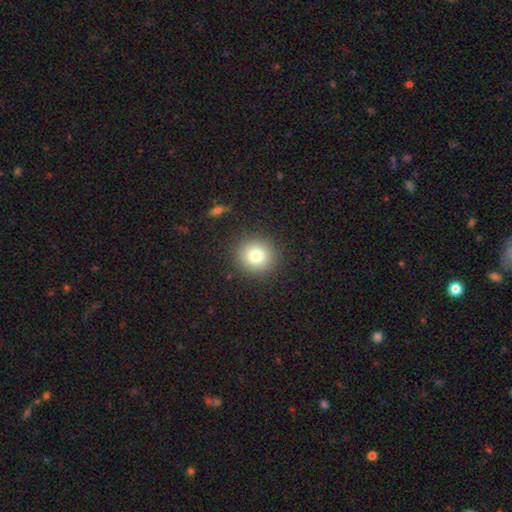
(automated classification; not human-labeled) smooth-or-featured: smooth: 79% | star or artifact: 12% | featured or disk: 10%
  how-rounded: round: 89% | in between: 10% | cigar-shaped: 1%
  merging: none: 89% | minor disturbance: 7% | major disturbance: 3% | merger: 1%